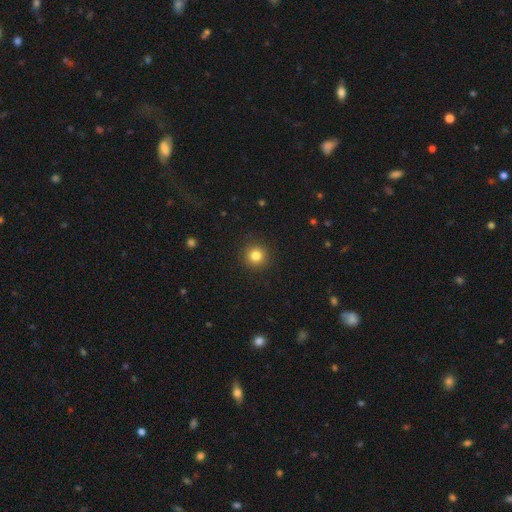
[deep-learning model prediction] Smooth or featured: smooth — 82% (star or artifact — 12%)
How rounded: round — 95% (in between — 4%)
Merging: none — 92% (minor disturbance — 5%)